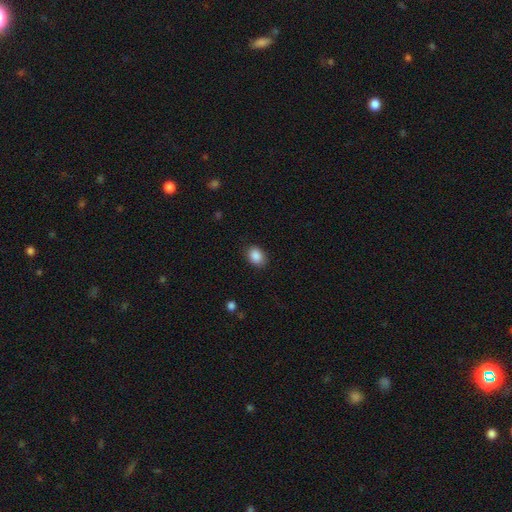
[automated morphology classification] Q: Smooth or featured?
A: smooth (88%); runner-up: star or artifact (8%)
Q: How rounded?
A: in between (67%); runner-up: round (32%)
Q: Merging?
A: none (85%); runner-up: minor disturbance (11%)